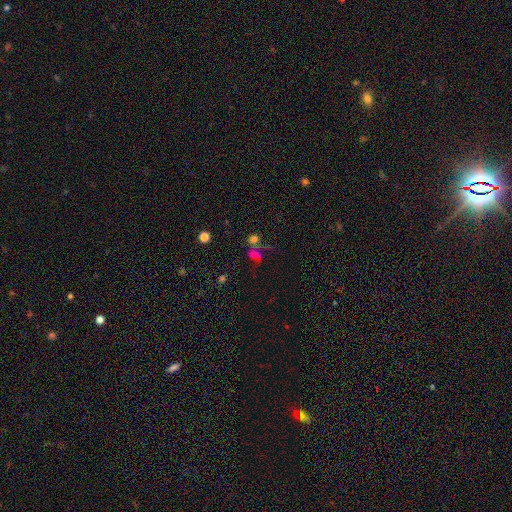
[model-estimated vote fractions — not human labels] Smooth or featured? Predicted: smooth (p=0.46). Merging? Predicted: merger (p=0.36).